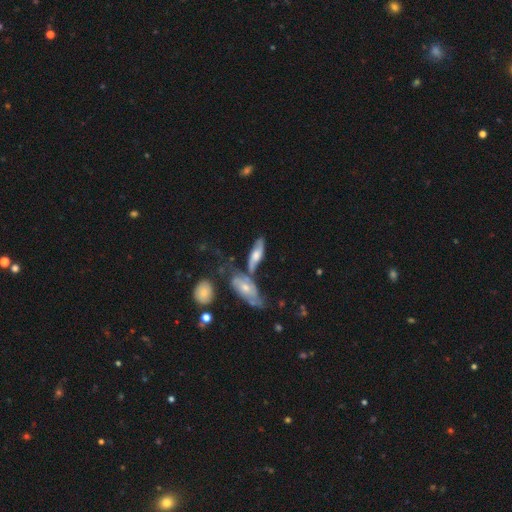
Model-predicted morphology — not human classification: The model was most divided on "edge-on disk": yes: 54%, no: 46%. Remaining: smooth or featured — featured or disk (54%); merging — none (43%).